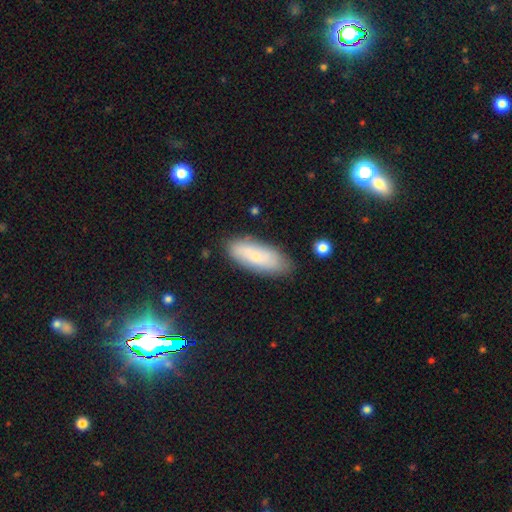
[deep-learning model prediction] A smooth galaxy with no disk features (64%) that is in between round and cigar-shaped (74%).

Vote fractions:
- Smooth or featured? smooth: 64% / featured or disk: 28% / star or artifact: 7%
- How rounded? in between: 74% / cigar-shaped: 23% / round: 2%
- Merging? none: 80% / minor disturbance: 15% / major disturbance: 3% / merger: 2%